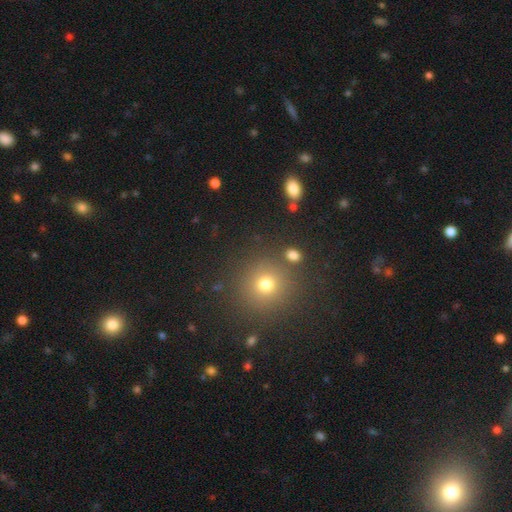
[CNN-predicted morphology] The model was most divided on "smooth or featured": smooth: 56%, star or artifact: 36%, featured or disk: 8%. More confident: how rounded — round (94%); merging — none (88%).